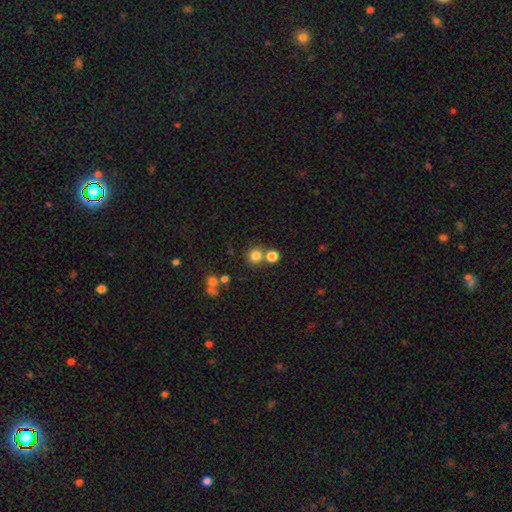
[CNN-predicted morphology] smooth 78%, star or artifact 15%, featured or disk 7%. Down the decision tree: how rounded — round (91%); merging — none (67%).